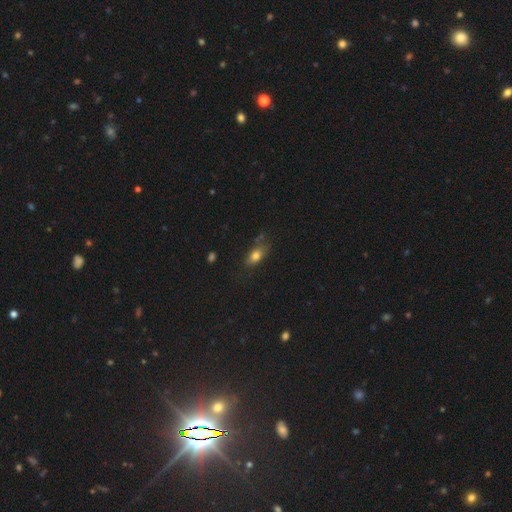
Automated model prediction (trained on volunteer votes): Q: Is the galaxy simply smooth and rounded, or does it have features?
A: smooth — 78%.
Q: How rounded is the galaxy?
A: in between — 81%.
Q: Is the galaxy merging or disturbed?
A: none — 63%.